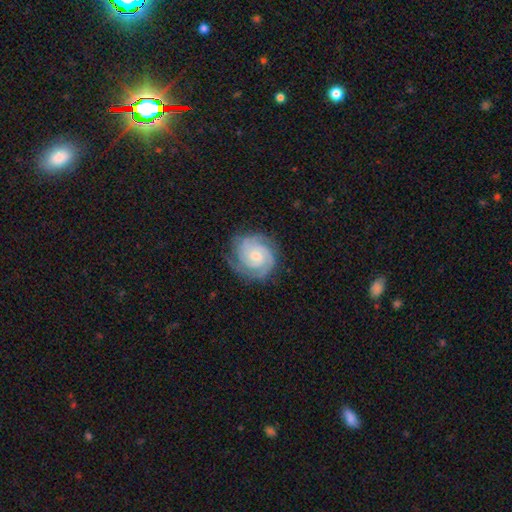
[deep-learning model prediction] Smooth or featured? Predicted: featured or disk (p=0.89). Edge-on disk? Predicted: no (p=0.98). Bar? Predicted: no (p=0.65). Spiral arms? Predicted: yes (p=0.98). Spiral winding? Predicted: tight (p=0.75). Spiral arm count? Predicted: 3 (p=0.38). Bulge size? Predicted: small (p=0.52). Merging? Predicted: none (p=0.77).